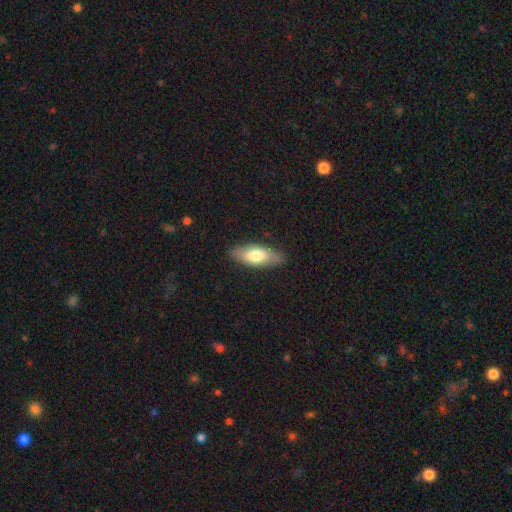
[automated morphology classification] Smooth or featured: smooth — 69% (featured or disk — 26%)
How rounded: in between — 79% (cigar-shaped — 19%)
Merging: none — 84% (minor disturbance — 12%)